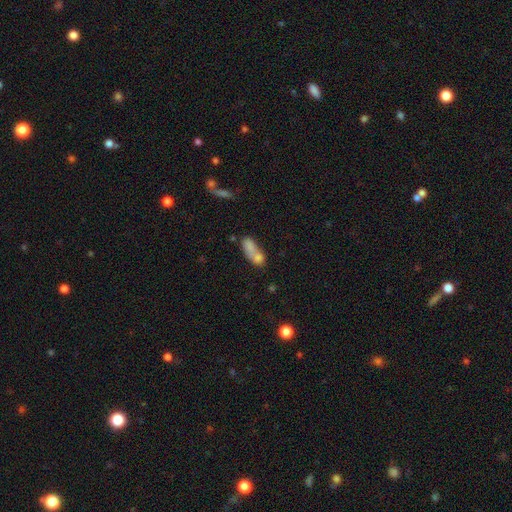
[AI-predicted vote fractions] smooth_or_featured: smooth (p=0.72) [alt: featured or disk p=0.19]
how_rounded: in between (p=0.69) [alt: cigar-shaped p=0.17]
merging: merger (p=0.60) [alt: none p=0.21]